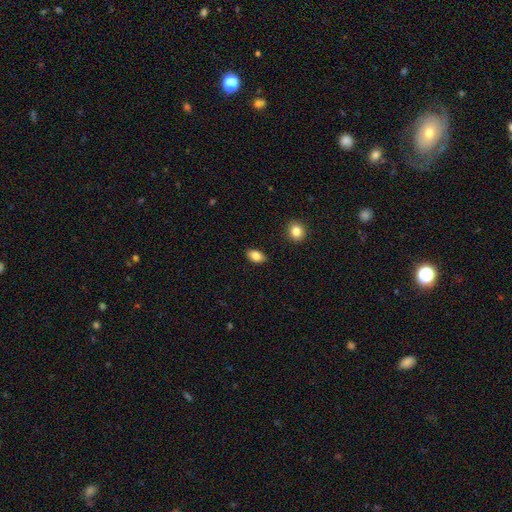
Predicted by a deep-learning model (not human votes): smooth-or-featured: smooth: 84% | star or artifact: 8% | featured or disk: 8%
  how-rounded: in between: 89% | round: 9% | cigar-shaped: 2%
  merging: none: 88% | minor disturbance: 9% | major disturbance: 2% | merger: 1%